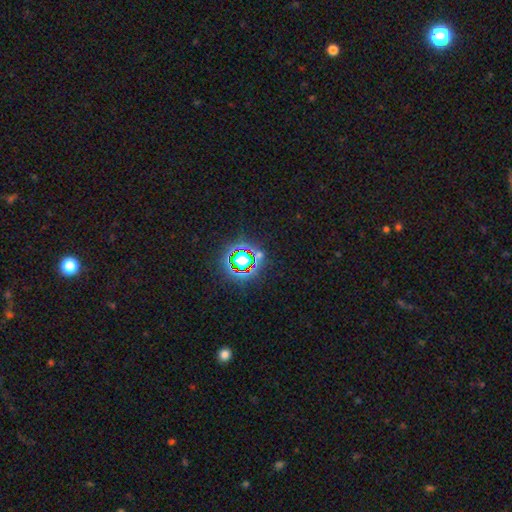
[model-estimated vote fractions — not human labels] This appears to be a star or artifact, not a galaxy (75%).